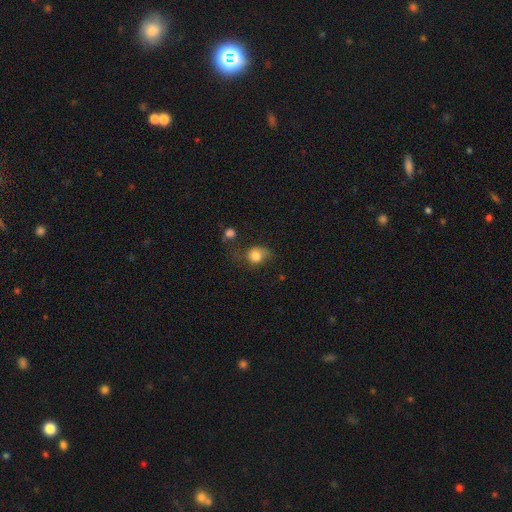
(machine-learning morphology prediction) Smooth or featured? Predicted: smooth (p=0.77). How rounded? Predicted: round (p=0.67). Merging? Predicted: none (p=0.42).